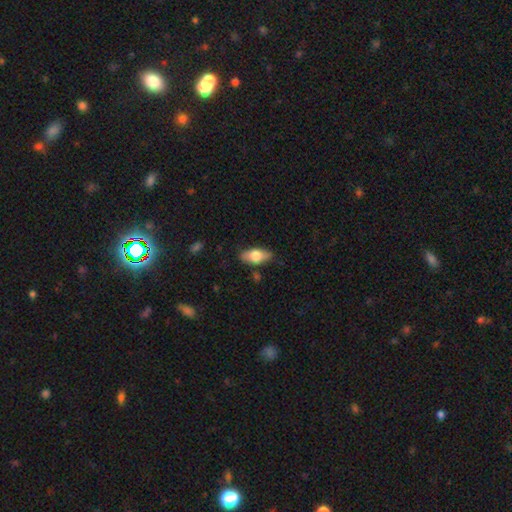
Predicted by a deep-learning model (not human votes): Morphology: type=smooth (70%); roundness=in between (86%); merging=none (79%).